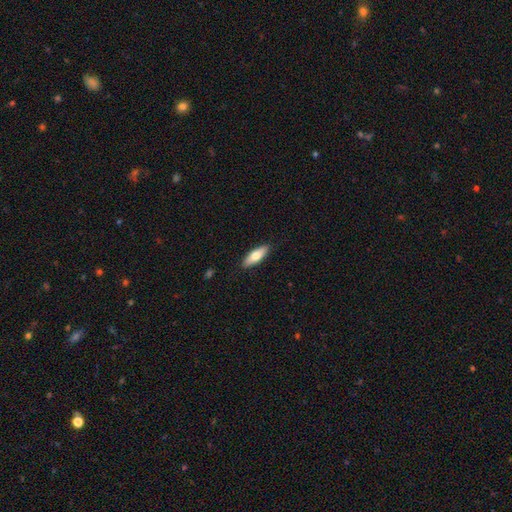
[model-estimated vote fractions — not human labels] The model was most divided on "how rounded": in between: 58%, cigar-shaped: 40%, round: 2%. More confident: merging — none (89%); smooth or featured — smooth (68%).